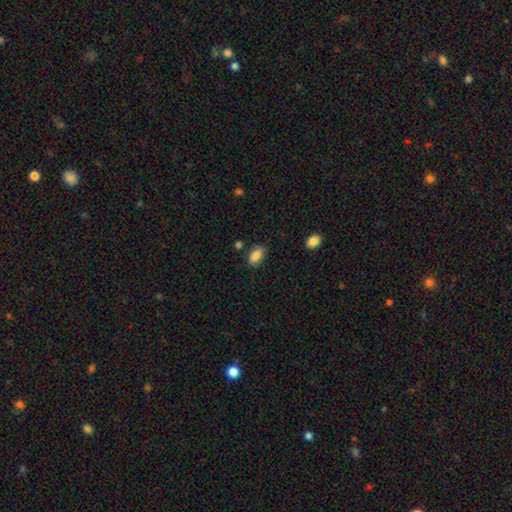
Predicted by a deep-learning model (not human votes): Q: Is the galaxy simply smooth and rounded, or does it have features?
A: smooth — 83%.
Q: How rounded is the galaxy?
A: in between — 90%.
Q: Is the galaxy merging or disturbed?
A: none — 73%.